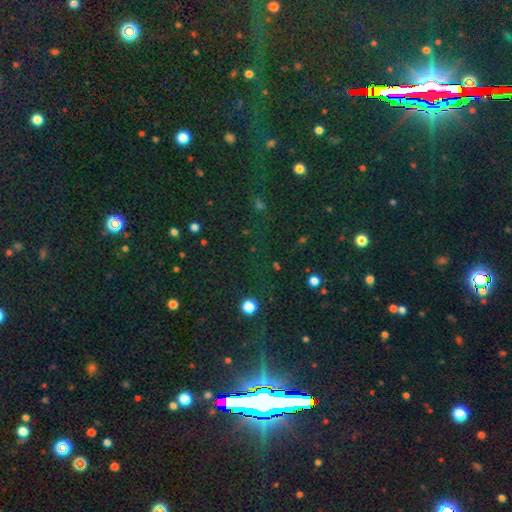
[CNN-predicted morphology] A star or artifact, not a galaxy (84%).